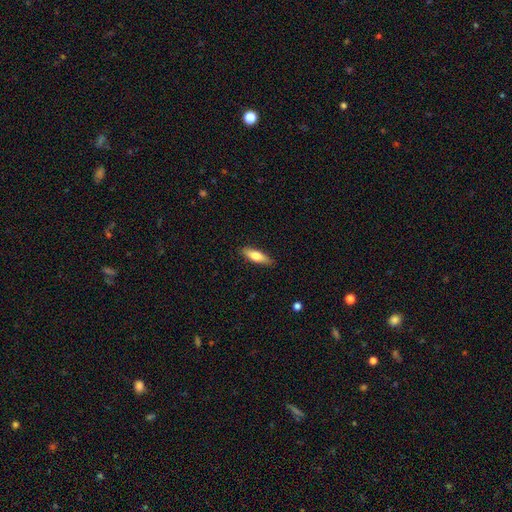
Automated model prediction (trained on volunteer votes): This appears to be a smooth galaxy with no disk features (70%) that is cigar-shaped (53%). Merging: none (87%).